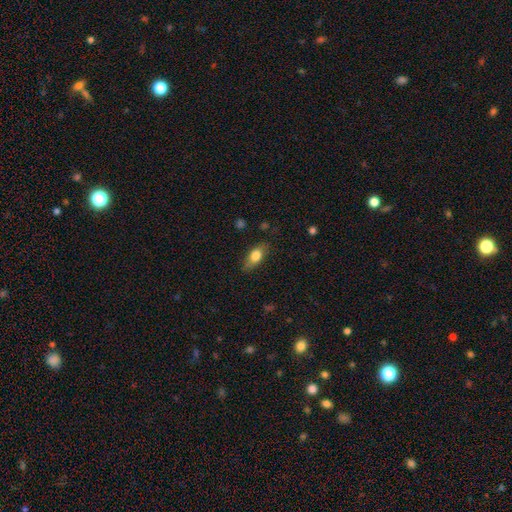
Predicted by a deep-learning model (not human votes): Smooth or featured? Predicted: smooth (p=0.76). How rounded? Predicted: in between (p=0.81). Merging? Predicted: none (p=0.79).